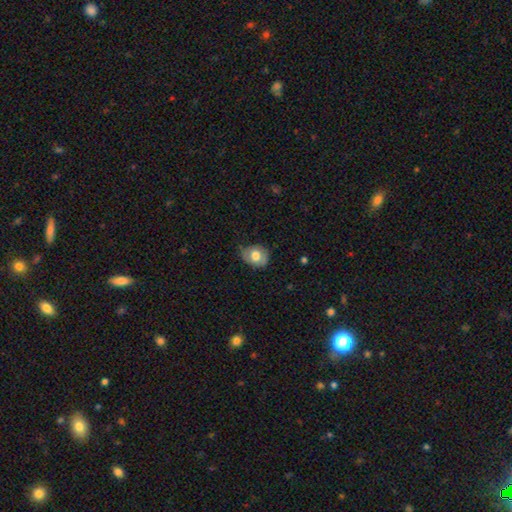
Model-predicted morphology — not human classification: smooth_or_featured: smooth (p=0.69) [alt: featured or disk p=0.23]
how_rounded: round (p=0.55) [alt: in between p=0.44]
merging: none (p=0.62) [alt: minor disturbance p=0.30]